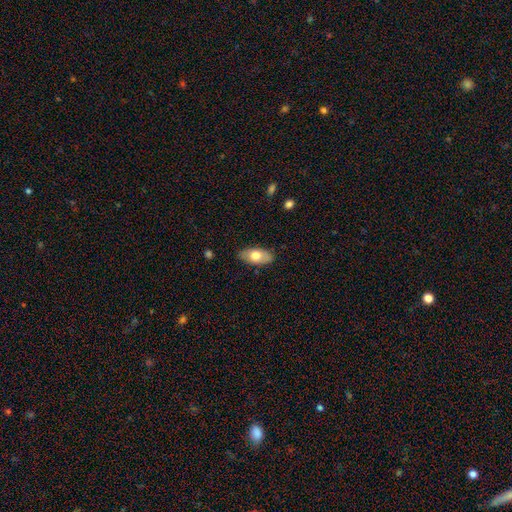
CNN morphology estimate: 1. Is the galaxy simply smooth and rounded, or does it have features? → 64% smooth, 30% featured or disk, 6% star or artifact.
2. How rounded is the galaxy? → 92% in between, 4% cigar-shaped, 4% round.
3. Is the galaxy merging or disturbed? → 83% none, 14% minor disturbance, 3% major disturbance, 1% merger.